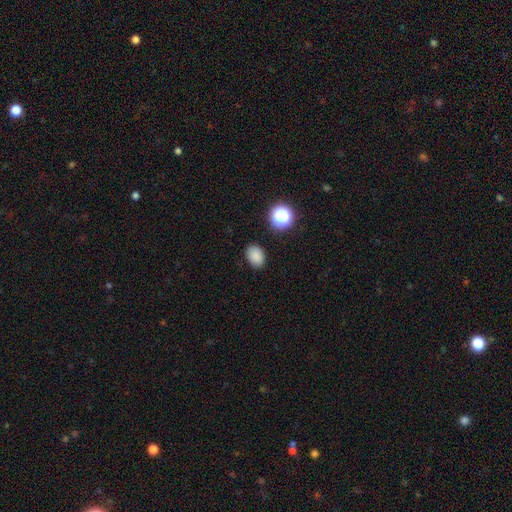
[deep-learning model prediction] Smooth or featured? Predicted: smooth (p=0.84). How rounded? Predicted: in between (p=0.69). Merging? Predicted: none (p=0.86).